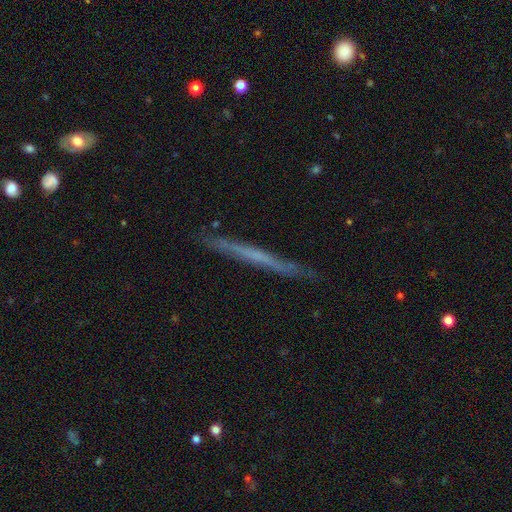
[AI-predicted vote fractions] A featured or disk galaxy (55%) viewed edge-on (96%) with no central bulge (87%).

Vote fractions:
- Smooth or featured? featured or disk: 55% / smooth: 38% / star or artifact: 7%
- Edge-on disk? yes: 96% / no: 4%
- Edge-on bulge? none: 87% / rounded: 9% / boxy: 5%
- Merging? none: 86% / minor disturbance: 11% / major disturbance: 2% / merger: 1%